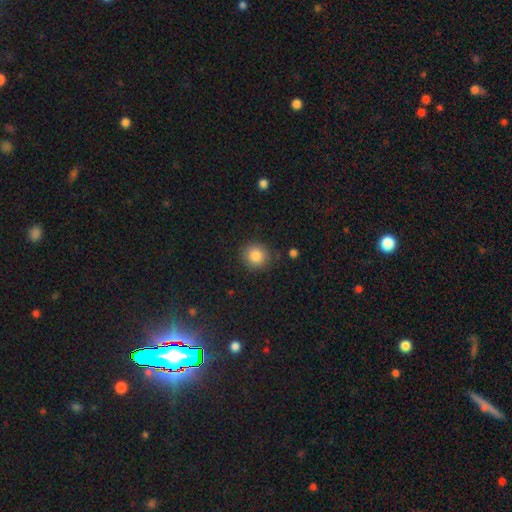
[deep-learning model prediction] Morphology: type=smooth (86%); roundness=round (89%); merging=none (85%).